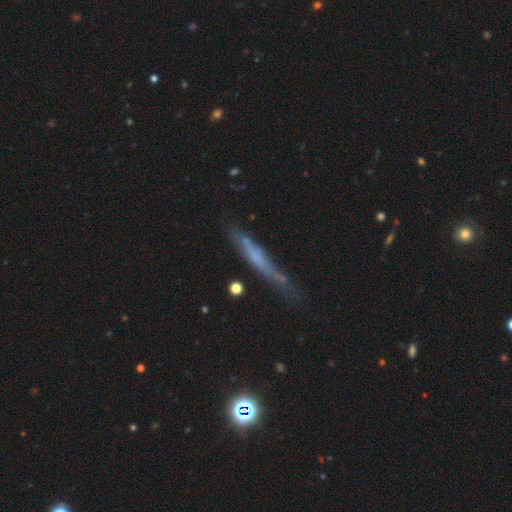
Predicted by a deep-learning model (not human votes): The model was most divided on "smooth or featured": featured or disk: 53%, smooth: 38%, star or artifact: 9%. More confident: edge-on disk — yes (87%); merging — none (58%).